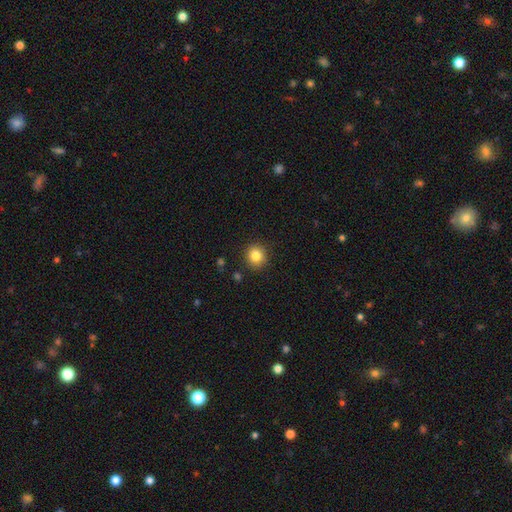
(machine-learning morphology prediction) Smooth or featured? smooth (84%)
How rounded? round (88%)
Merging? none (89%)